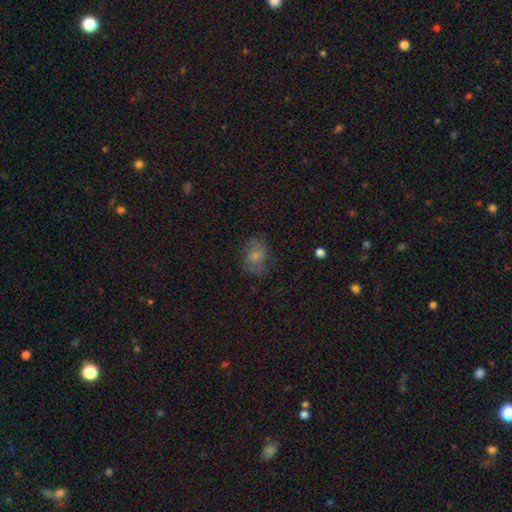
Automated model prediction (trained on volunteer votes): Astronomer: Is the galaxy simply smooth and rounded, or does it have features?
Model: smooth — 51% (runner-up: featured or disk, 37%).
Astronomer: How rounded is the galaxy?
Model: in between — 57% (runner-up: round, 41%).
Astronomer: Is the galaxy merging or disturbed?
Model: none — 64%.